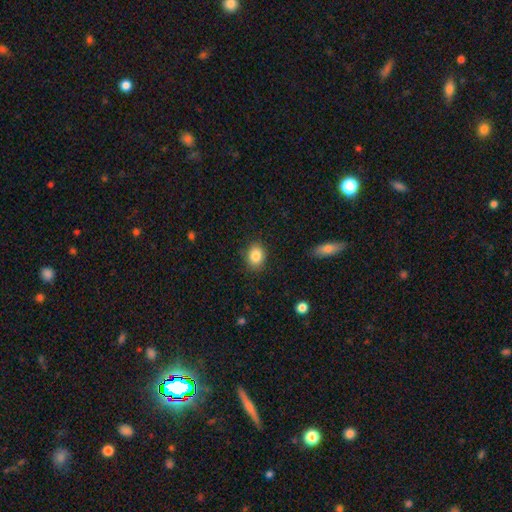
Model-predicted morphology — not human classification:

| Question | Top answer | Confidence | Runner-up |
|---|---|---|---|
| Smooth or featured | smooth | 85% | star or artifact (9%) |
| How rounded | in between | 53% | round (46%) |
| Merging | none | 86% | minor disturbance (10%) |